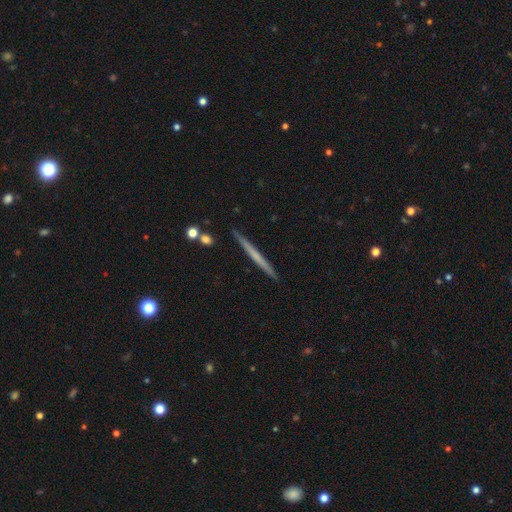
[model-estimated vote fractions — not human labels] Overall: featured or disk (48%; smooth 46%). Merging: none (91%).